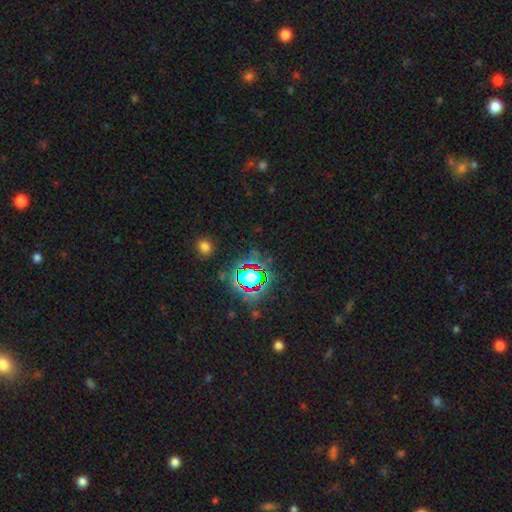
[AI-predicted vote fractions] Morphology: type=star or artifact (78%).